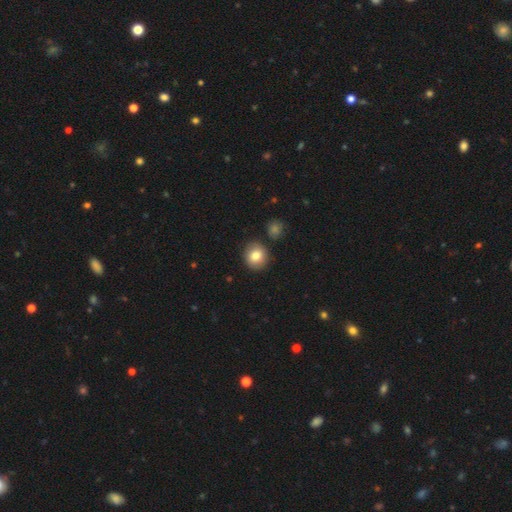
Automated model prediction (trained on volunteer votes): Smooth or featured? smooth (83%)
How rounded? round (85%)
Merging? none (86%)